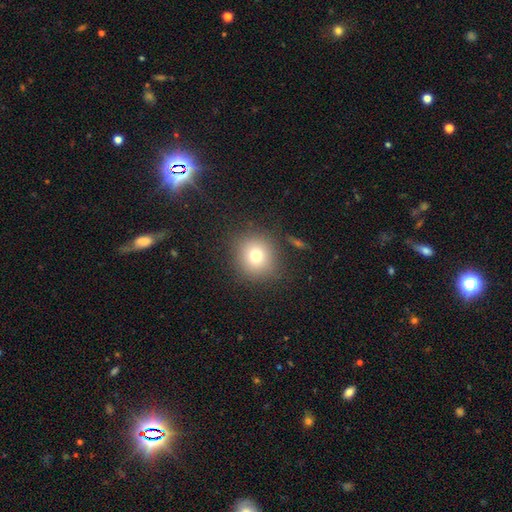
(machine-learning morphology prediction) Overall: smooth (74%). How rounded: round (88%). Merging: none (85%).